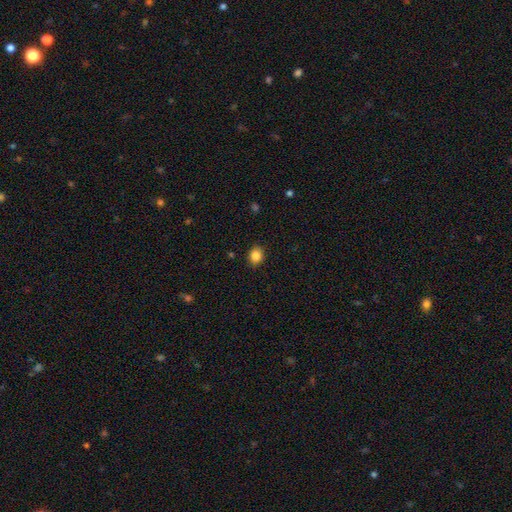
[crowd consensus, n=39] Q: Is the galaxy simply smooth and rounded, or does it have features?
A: smooth — 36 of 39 (92%).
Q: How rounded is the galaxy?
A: round — 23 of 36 (64%).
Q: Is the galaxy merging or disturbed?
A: none — 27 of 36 (75%).